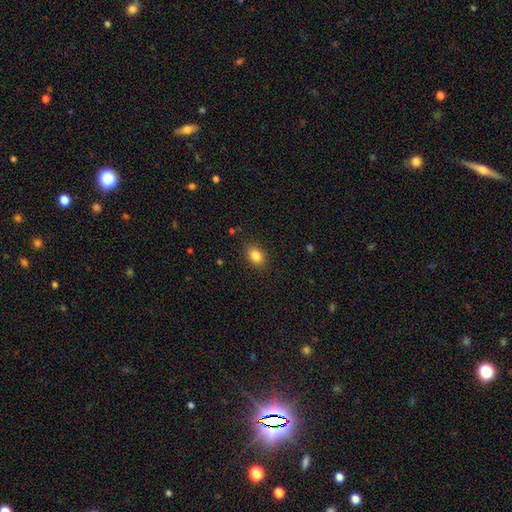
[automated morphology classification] type=smooth (85%); roundness=in between (72%); merging=none (87%).